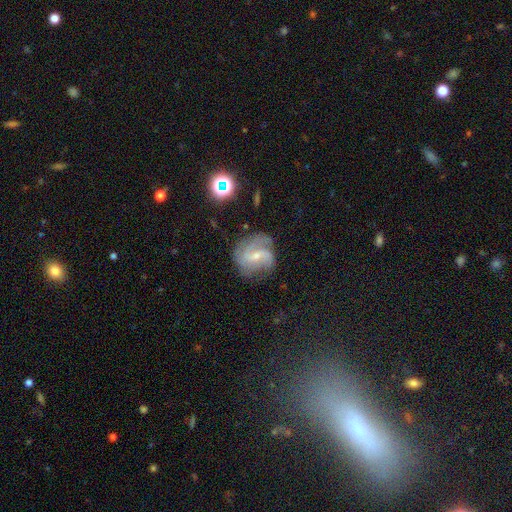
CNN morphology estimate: Overall: featured or disk (81%). Edge-on disk: no (97%). Bar: weak (53%; no 24%). Spiral arms: yes (94%). Spiral arm count: 2 (45%; 3 24%). Spiral winding: medium (47%; loose 27%). Bulge size: small (63%; moderate 32%). Merging: none (63%).